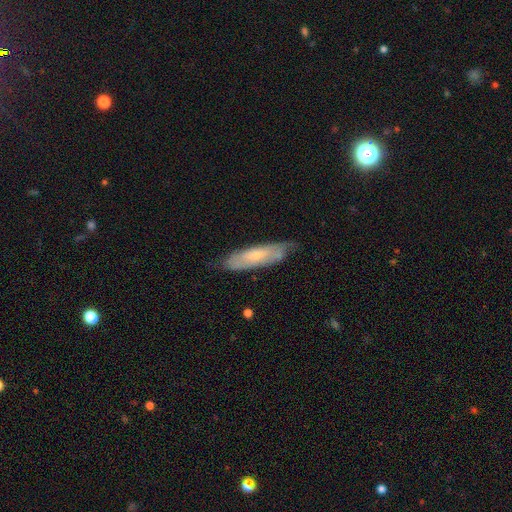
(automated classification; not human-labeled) Smooth or featured?
  - featured or disk: 50% *
  - smooth: 44%
  - star or artifact: 6%
Edge-on disk?
  - no: 65% *
  - yes: 35%
Merging?
  - none: 69% *
  - minor disturbance: 24%
  - major disturbance: 5%
  - merger: 2%